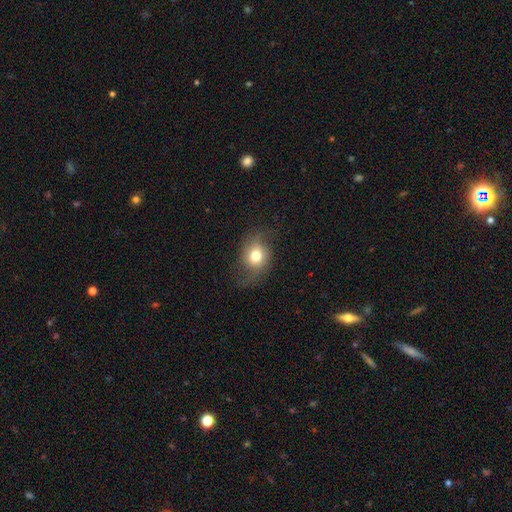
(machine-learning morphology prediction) Smooth or featured? smooth (62%)
How rounded? round (53%)
Merging? none (58%)